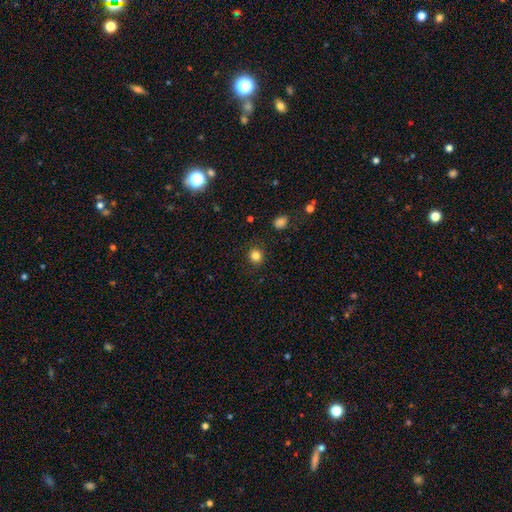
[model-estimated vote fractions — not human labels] smooth 84%, star or artifact 12%, featured or disk 4%. Down the decision tree: how rounded — round (88%); merging — none (89%).